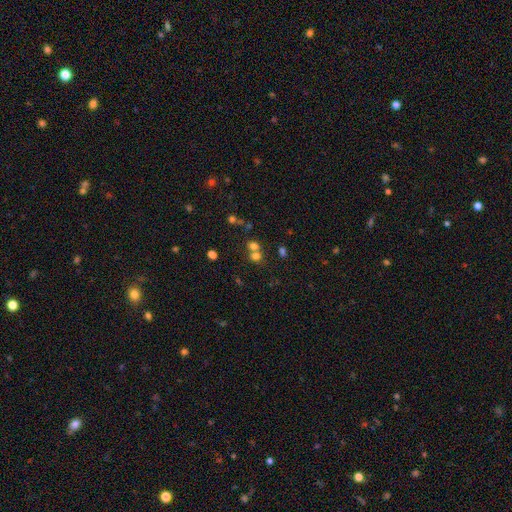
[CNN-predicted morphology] smooth-or-featured: smooth: 66% | star or artifact: 22% | featured or disk: 12%
  how-rounded: round: 73% | in between: 26% | cigar-shaped: 1%
  merging: merger: 45% (tied) | none: 45% (tied) | minor disturbance: 6% | major disturbance: 4%